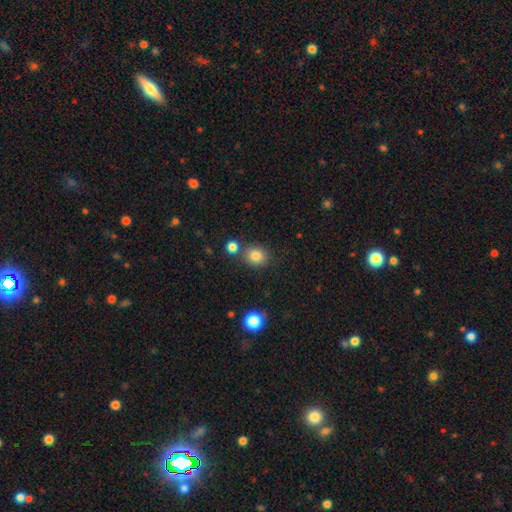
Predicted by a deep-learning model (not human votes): Smooth or featured: smooth — 83% (star or artifact — 11%)
How rounded: round — 71% (in between — 28%)
Merging: none — 75% (merger — 12%)